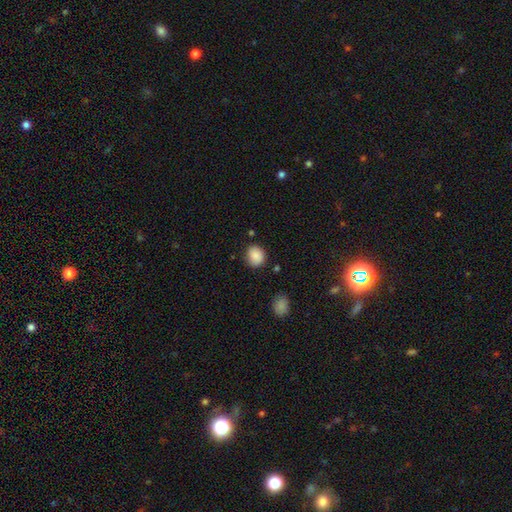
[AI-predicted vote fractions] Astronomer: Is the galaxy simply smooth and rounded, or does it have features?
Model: smooth — 88%.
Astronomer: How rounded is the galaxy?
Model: round — 72%.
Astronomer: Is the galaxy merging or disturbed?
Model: none — 81%.